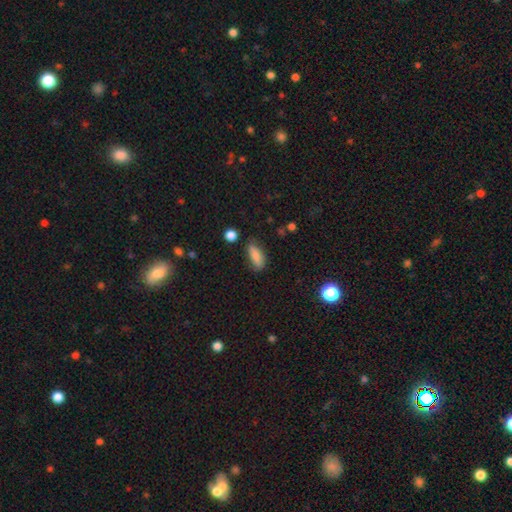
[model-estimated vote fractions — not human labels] A smooth galaxy with no disk features (83%) that is in between round and cigar-shaped (76%).

Vote fractions:
- Smooth or featured? smooth: 83% / featured or disk: 9% / star or artifact: 9%
- How rounded? in between: 76% / cigar-shaped: 21% / round: 4%
- Merging? none: 64% / minor disturbance: 26% / major disturbance: 7% / merger: 3%